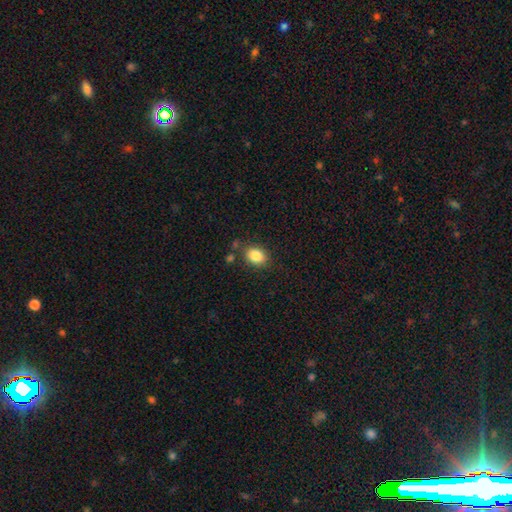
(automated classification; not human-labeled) A smooth galaxy with no disk features (86%) that is in between round and cigar-shaped (68%). Merging: none (79%).